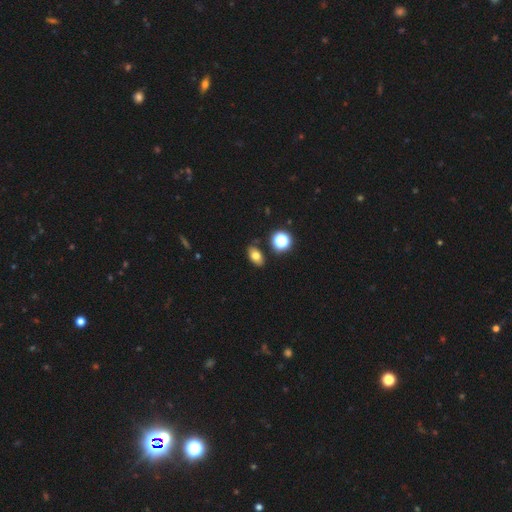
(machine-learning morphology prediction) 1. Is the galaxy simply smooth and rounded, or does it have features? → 73% smooth, 14% star or artifact, 14% featured or disk.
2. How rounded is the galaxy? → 85% in between, 12% round, 3% cigar-shaped.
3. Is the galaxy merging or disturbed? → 83% none, 10% minor disturbance, 4% merger, 2% major disturbance.